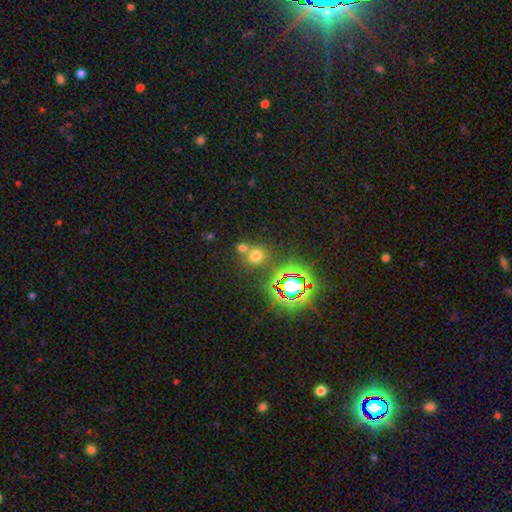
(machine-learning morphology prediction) Smooth or featured?
  - smooth: 60% *
  - star or artifact: 31%
  - featured or disk: 9%
How rounded?
  - round: 82% *
  - in between: 16%
  - cigar-shaped: 1%
Merging?
  - none: 63% *
  - merger: 26%
  - minor disturbance: 8%
  - major disturbance: 4%